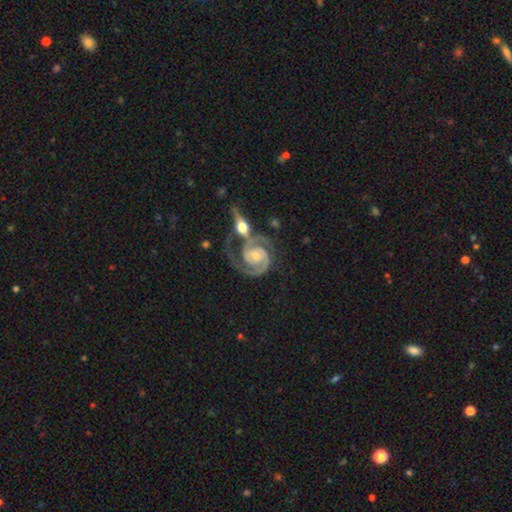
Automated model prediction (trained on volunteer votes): Smooth or featured?
  - featured or disk: 92% *
  - smooth: 4%
  - star or artifact: 4%
Edge-on disk?
  - no: 97% *
  - yes: 3%
Bar?
  - no: 54% *
  - weak: 35%
  - strong: 11%
Spiral arms?
  - yes: 98% *
  - no: 2%
Spiral winding?
  - tight: 58% *
  - medium: 36%
  - loose: 6%
Spiral arm count?
  - 2: 86% *
  - 1: 5%
  - 3: 4%
  - can't tell: 3%
  - 4: 1%
  - more than 4: 1%
Bulge size?
  - moderate: 46% *
  - small: 40%
  - large: 7%
  - none: 5%
  - dominant: 2%
Merging?
  - none: 39% *
  - merger: 35%
  - minor disturbance: 14%
  - major disturbance: 12%